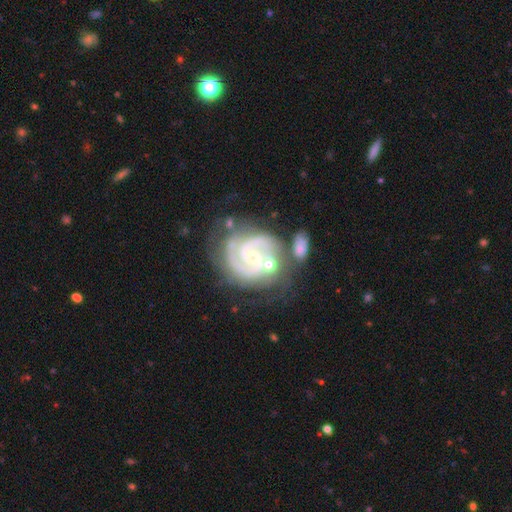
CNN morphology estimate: smooth-or-featured: featured or disk: 88% | star or artifact: 7% | smooth: 6%
  disk-edge-on: no: 98% | yes: 2%
    bar: no: 50% | weak: 36% | strong: 13%
    has-spiral-arms: yes: 98% | no: 2%
      spiral-winding: tight: 67% | medium: 28% | loose: 5%
      spiral-arm-count: 2: 50% | 3: 23% | can't tell: 13% | 4: 6% | 1: 4% | more than 4: 4%
    bulge-size: small: 66% | moderate: 26% | none: 5% | large: 2% | dominant: 1%
  merging: none: 49% | merger: 23% | minor disturbance: 18% | major disturbance: 11%